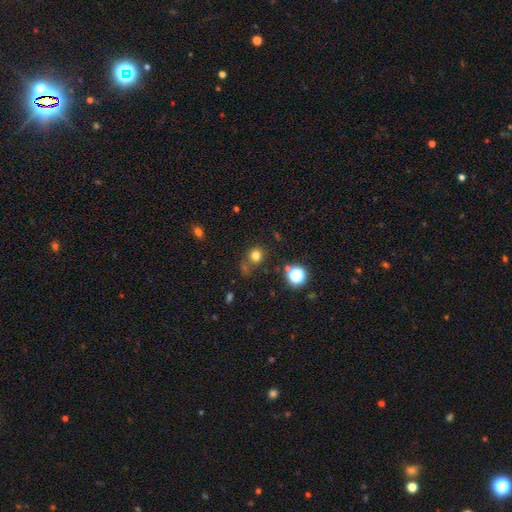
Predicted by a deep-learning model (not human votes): Smooth or featured? smooth (75%)
How rounded? round (77%)
Merging? none (70%)